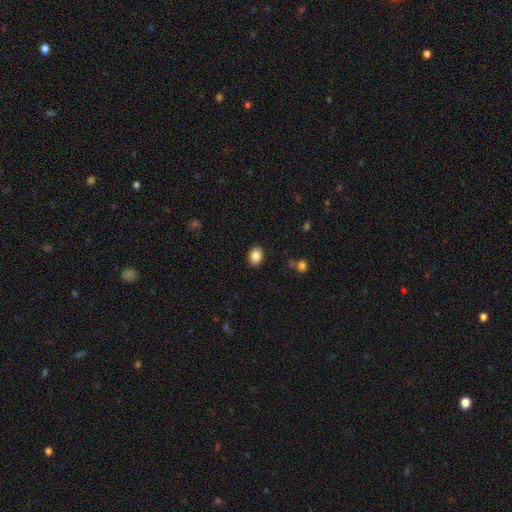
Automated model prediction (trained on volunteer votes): Q: Smooth or featured?
A: smooth (85%); runner-up: star or artifact (9%)
Q: How rounded?
A: in between (67%); runner-up: round (32%)
Q: Merging?
A: none (89%); runner-up: minor disturbance (8%)